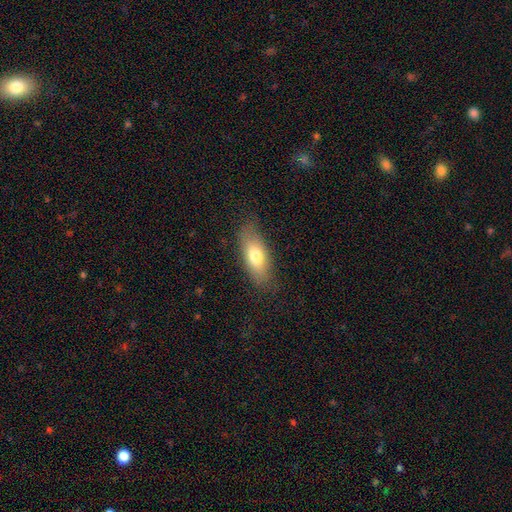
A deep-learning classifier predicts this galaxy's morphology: Smooth or featured: smooth — 72% (featured or disk — 20%)
How rounded: in between — 78% (cigar-shaped — 18%)
Merging: none — 77% (minor disturbance — 17%)